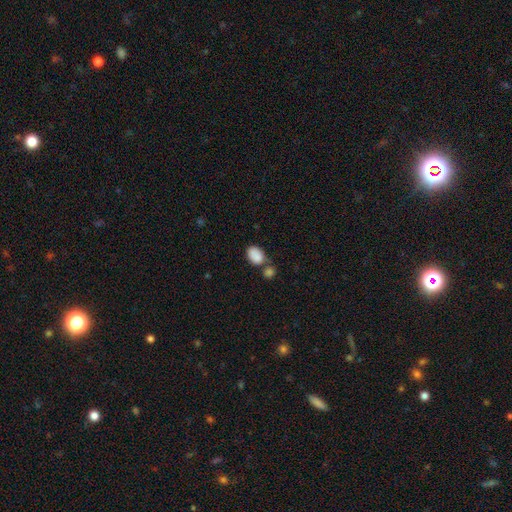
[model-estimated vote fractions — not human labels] A smooth galaxy with no disk features (87%) that is in between round and cigar-shaped (83%). Merging: none (47%).